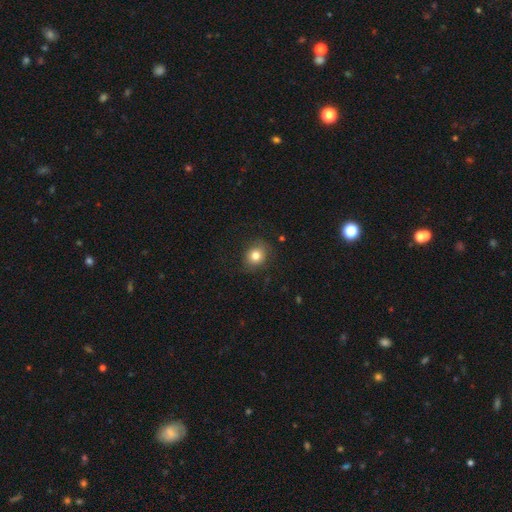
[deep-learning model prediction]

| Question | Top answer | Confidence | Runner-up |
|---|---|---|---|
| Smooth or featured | smooth | 81% | star or artifact (11%) |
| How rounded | round | 69% | in between (31%) |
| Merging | none | 83% | minor disturbance (12%) |